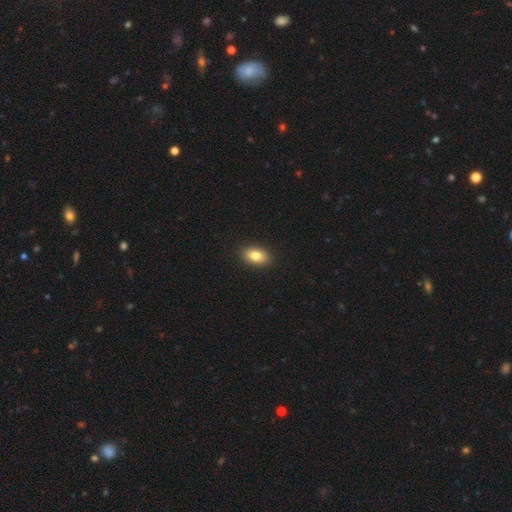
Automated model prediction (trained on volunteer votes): The model was most divided on "smooth or featured": smooth: 82%, featured or disk: 10%, star or artifact: 8%. More confident: merging — none (91%); how rounded — in between (87%).